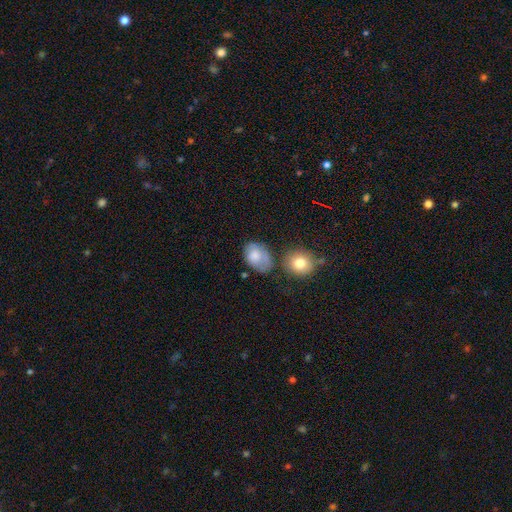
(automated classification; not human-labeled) Smooth or featured: smooth — 77% (featured or disk — 16%)
How rounded: in between — 79% (round — 20%)
Merging: none — 44% (minor disturbance — 30%)